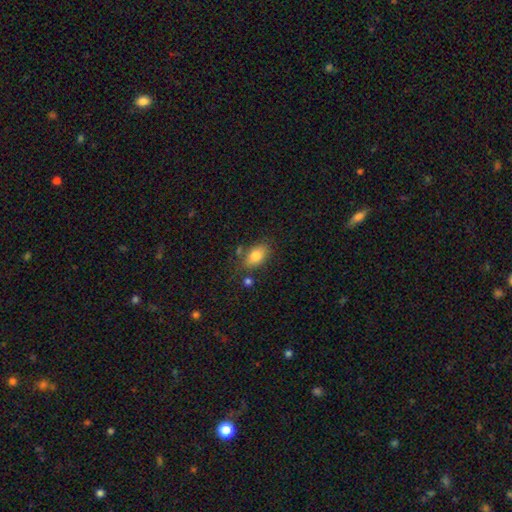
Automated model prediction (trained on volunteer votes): Morphology: type=smooth (81%); roundness=in between (87%); merging=none (71%).